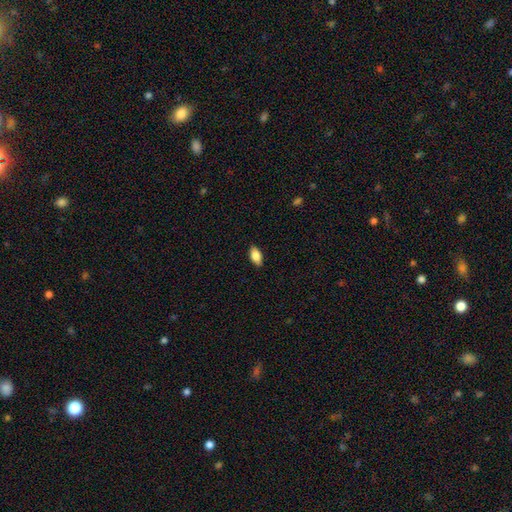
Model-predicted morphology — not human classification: smooth_or_featured: smooth (p=0.82) [alt: featured or disk p=0.12]
how_rounded: in between (p=0.91) [alt: cigar-shaped p=0.06]
merging: none (p=0.88) [alt: minor disturbance p=0.09]